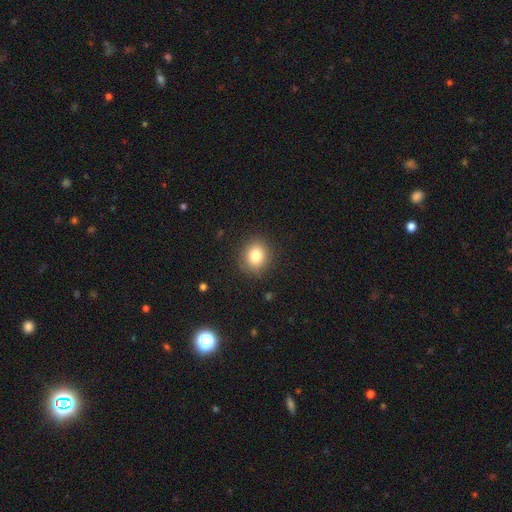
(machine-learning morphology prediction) The model was most divided on "how rounded": round: 73%, in between: 27%, cigar-shaped: 1%. More confident: merging — none (87%); smooth or featured — smooth (81%).